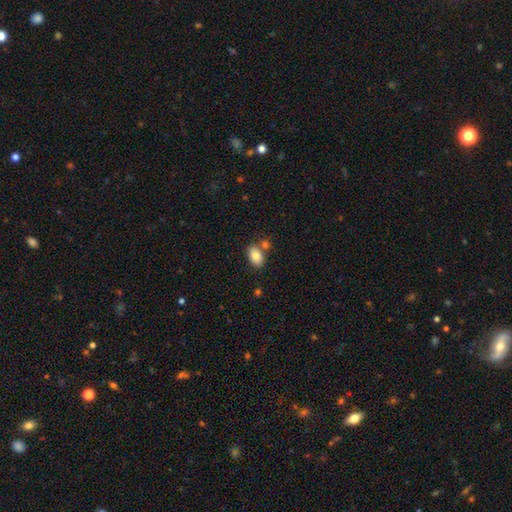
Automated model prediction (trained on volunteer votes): Smooth or featured? smooth (83%)
How rounded? in between (89%)
Merging? none (69%)